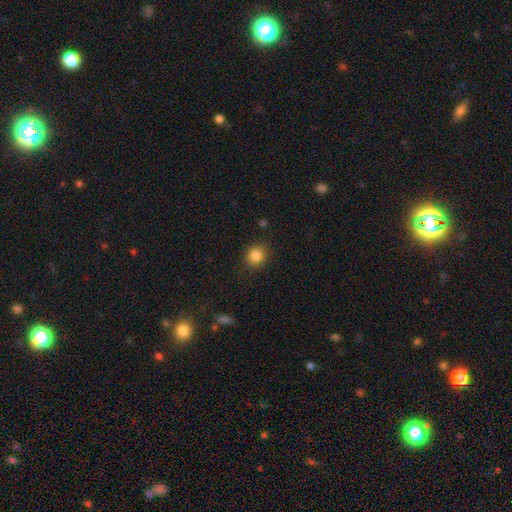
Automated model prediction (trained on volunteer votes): The model was most divided on "how rounded": round: 85%, in between: 14%, cigar-shaped: 1%. More confident: merging — none (89%); smooth or featured — smooth (85%).